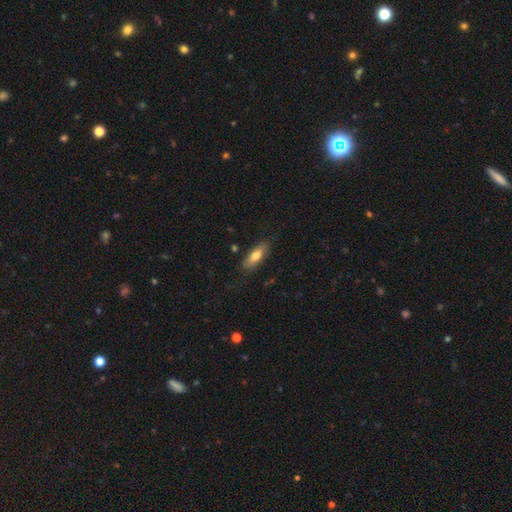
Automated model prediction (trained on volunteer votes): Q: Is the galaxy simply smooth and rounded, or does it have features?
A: smooth — 72%.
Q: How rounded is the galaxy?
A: in between — 71%.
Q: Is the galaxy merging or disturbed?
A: none — 78%.